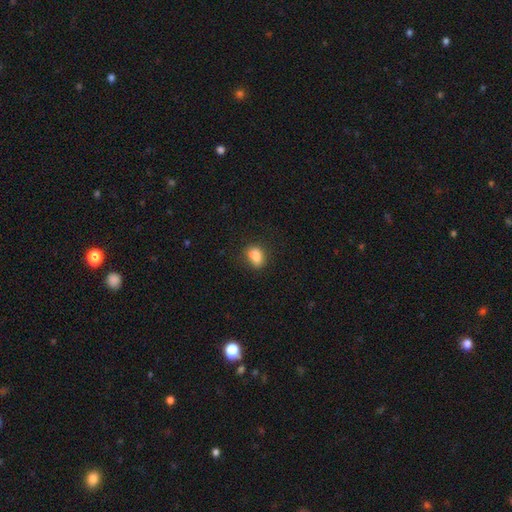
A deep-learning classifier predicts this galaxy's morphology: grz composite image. It shows a smooth galaxy with no disk features (81%) that is in between round and cigar-shaped (70%). Merging: none (60%).